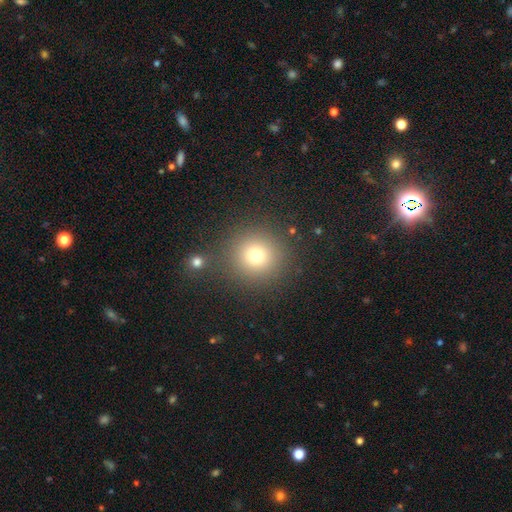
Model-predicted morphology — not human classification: Smooth or featured? Predicted: smooth (p=0.73). How rounded? Predicted: round (p=0.94). Merging? Predicted: none (p=0.81).